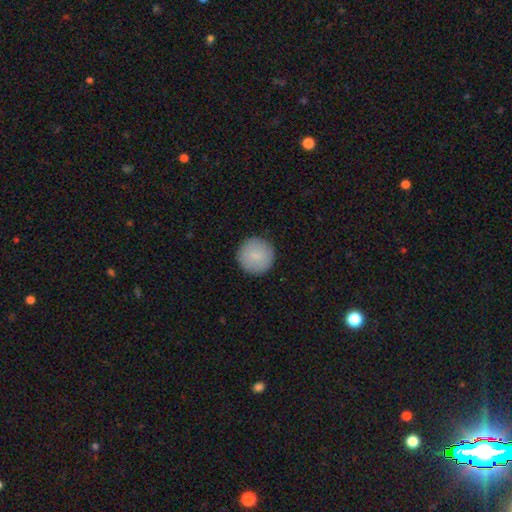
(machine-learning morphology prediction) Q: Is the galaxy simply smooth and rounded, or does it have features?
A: smooth — 85%.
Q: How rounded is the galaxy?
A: round — 96%.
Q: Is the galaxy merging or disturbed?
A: none — 92%.